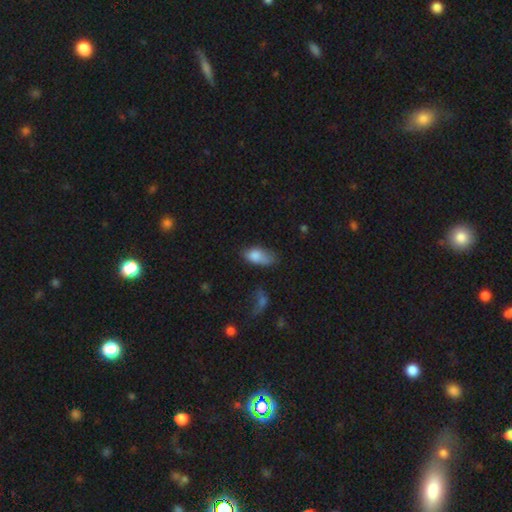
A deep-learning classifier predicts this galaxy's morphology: A smooth galaxy with no disk features (79%) that is in between round and cigar-shaped (89%). Merging: none (40%).